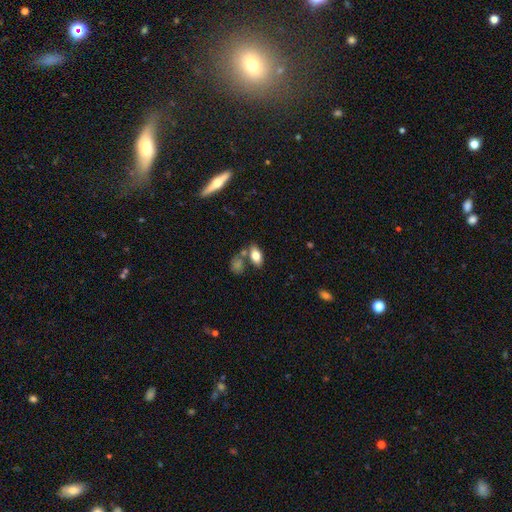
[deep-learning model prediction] Smooth or featured? Predicted: smooth (p=0.77). How rounded? Predicted: in between (p=0.88). Merging? Predicted: none (p=0.64).